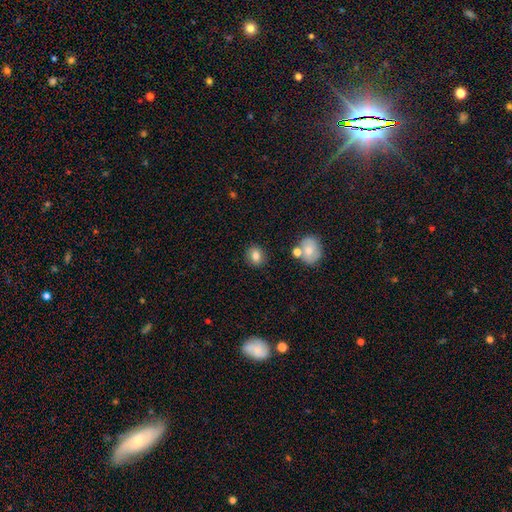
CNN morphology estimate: smooth_or_featured: smooth (p=0.80) [alt: star or artifact p=0.10]
how_rounded: round (p=0.66) [alt: in between p=0.33]
merging: none (p=0.83) [alt: minor disturbance p=0.09]